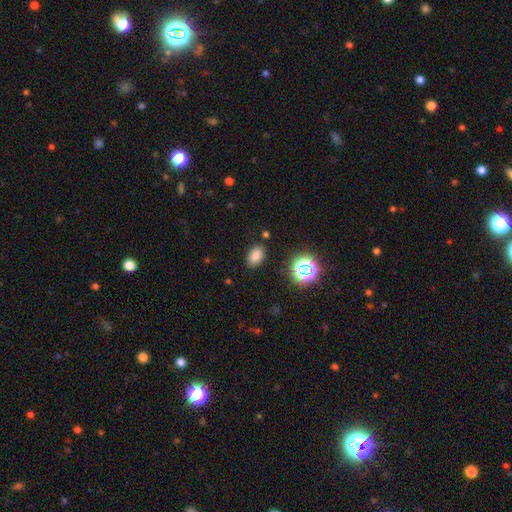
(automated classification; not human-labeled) Q: Smooth or featured?
A: smooth (78%); runner-up: star or artifact (17%)
Q: How rounded?
A: in between (85%); runner-up: round (14%)
Q: Merging?
A: none (85%); runner-up: minor disturbance (10%)